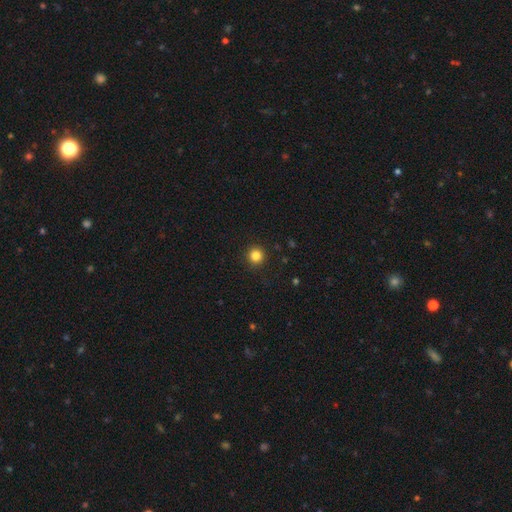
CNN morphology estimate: A smooth galaxy with no disk features (83%) that is round (95%).

Vote fractions:
- Smooth or featured? smooth: 83% / star or artifact: 12% / featured or disk: 4%
- How rounded? round: 95% / in between: 4% / cigar-shaped: 1%
- Merging? none: 92% / minor disturbance: 5% / major disturbance: 2% / merger: 1%